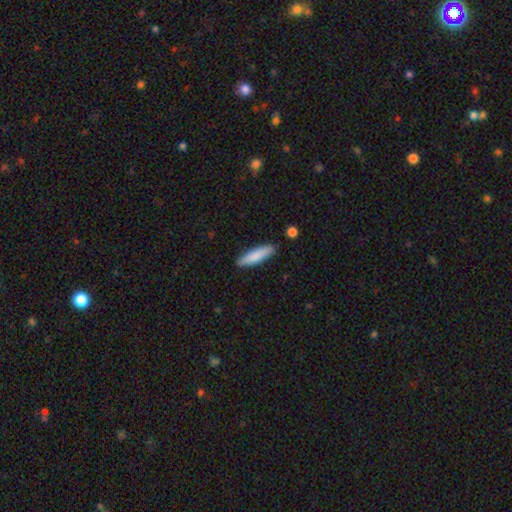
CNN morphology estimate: Smooth or featured? smooth (82%)
How rounded? cigar-shaped (74%)
Merging? none (88%)